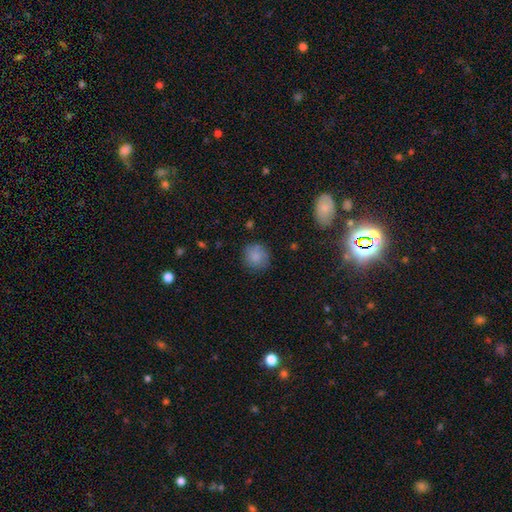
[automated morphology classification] This is clearly a smooth galaxy (84%). How rounded: clearly round (89%). Merging: likely none (80%).